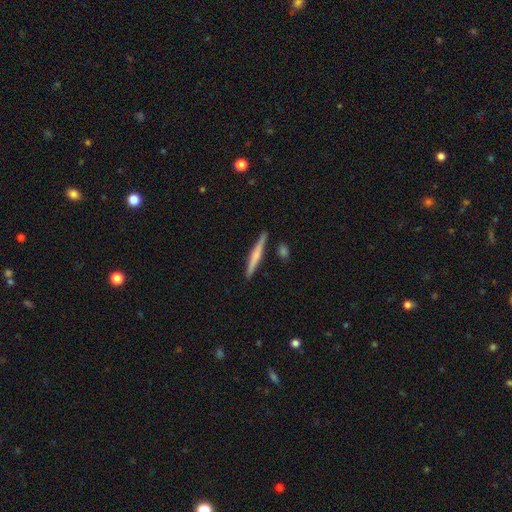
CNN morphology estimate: Smooth or featured? Predicted: featured or disk (p=0.48). Merging? Predicted: none (p=0.87).